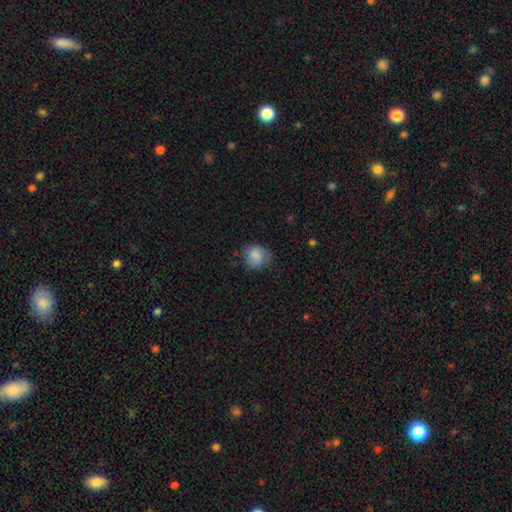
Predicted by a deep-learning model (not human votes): This is clearly a smooth galaxy (81%). How rounded: likely round (78%). Merging: possibly none (59%).